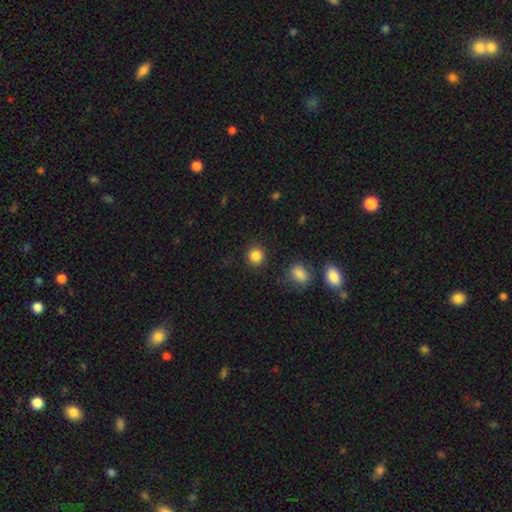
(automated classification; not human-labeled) smooth 86%, star or artifact 11%, featured or disk 4%. Down the decision tree: how rounded — round (90%); merging — none (89%).